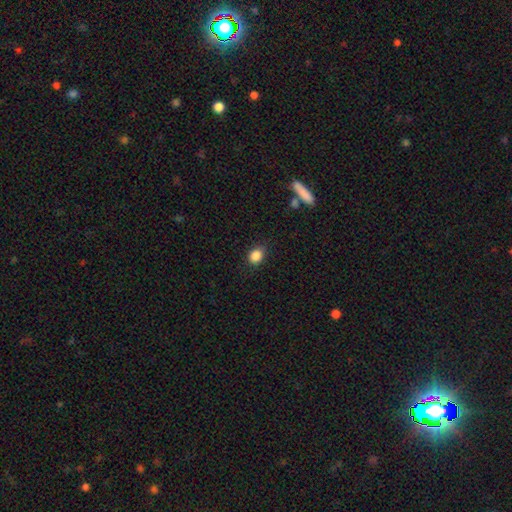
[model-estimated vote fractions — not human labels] This is clearly a smooth galaxy (86%). How rounded: possibly round (56%). Merging: clearly none (81%).